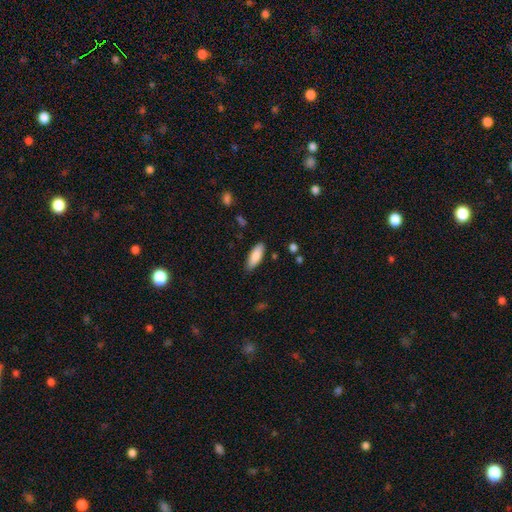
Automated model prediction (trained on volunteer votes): Q: Smooth or featured?
A: smooth (85%); runner-up: featured or disk (9%)
Q: How rounded?
A: in between (65%); runner-up: cigar-shaped (33%)
Q: Merging?
A: none (85%); runner-up: minor disturbance (11%)